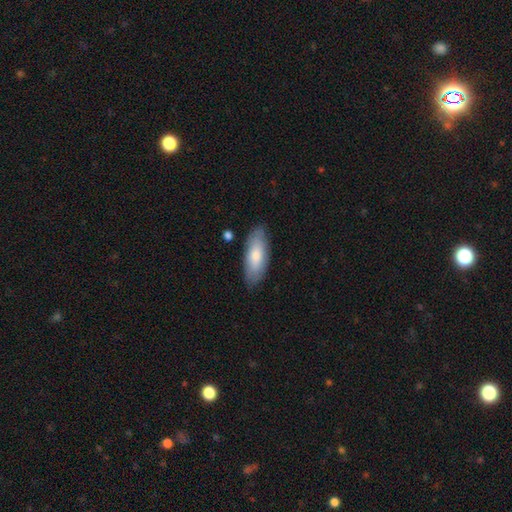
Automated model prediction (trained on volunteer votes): The model was most divided on "smooth or featured": smooth: 76%, featured or disk: 19%, star or artifact: 5%. More confident: merging — none (82%); how rounded — in between (79%).